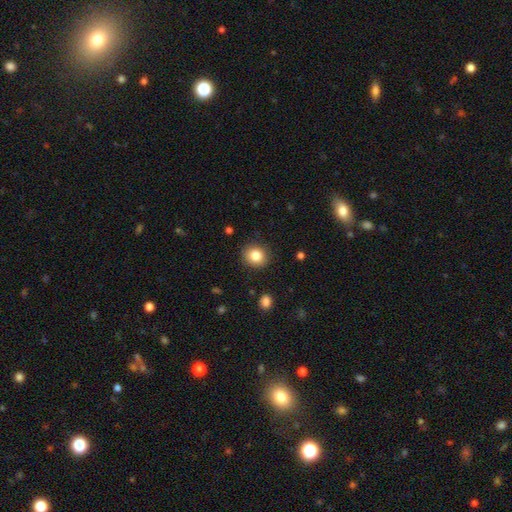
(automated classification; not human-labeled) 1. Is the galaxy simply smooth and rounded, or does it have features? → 84% smooth, 10% star or artifact, 6% featured or disk.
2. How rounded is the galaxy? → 82% round, 17% in between, 1% cigar-shaped.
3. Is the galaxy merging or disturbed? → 89% none, 8% minor disturbance, 2% major disturbance, 1% merger.